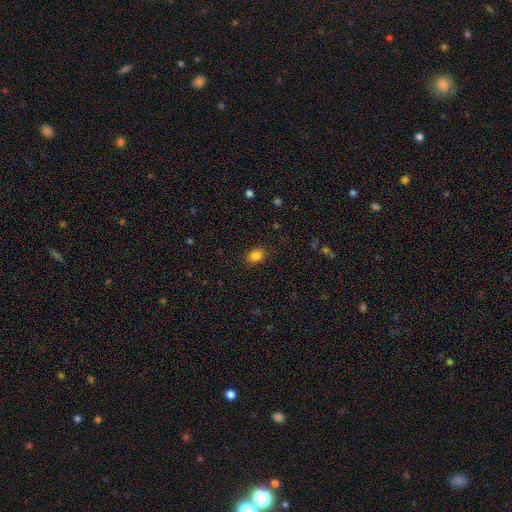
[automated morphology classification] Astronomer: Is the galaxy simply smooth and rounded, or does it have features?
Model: smooth — 84%.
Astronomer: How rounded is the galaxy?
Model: in between — 56% (runner-up: round, 43%).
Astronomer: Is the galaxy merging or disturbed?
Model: none — 86%.